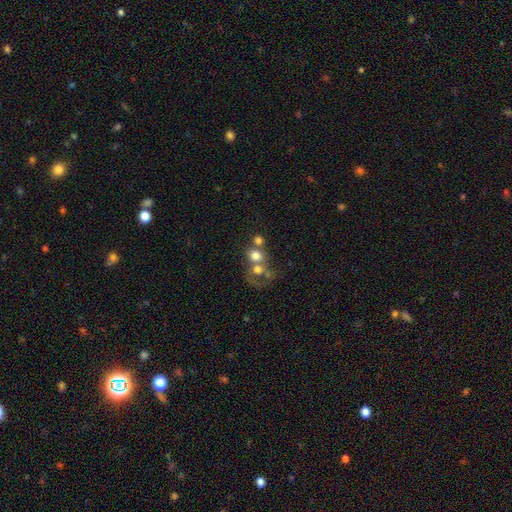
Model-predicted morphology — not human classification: smooth 66%, featured or disk 21%, star or artifact 13%. Down the decision tree: how rounded — round (75%); merging — merger (54%).